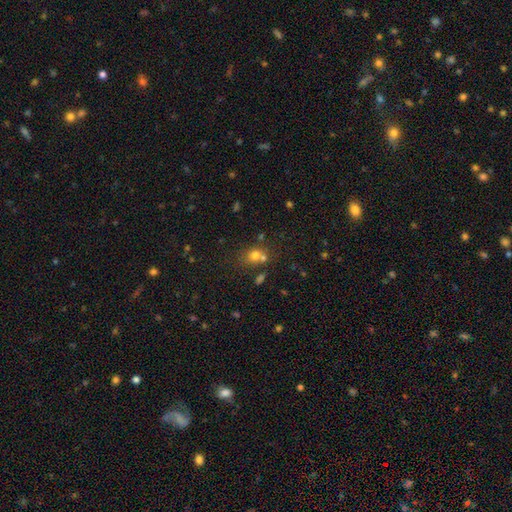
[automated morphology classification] Smooth or featured? smooth (68%)
How rounded? round (67%)
Merging? none (50%)